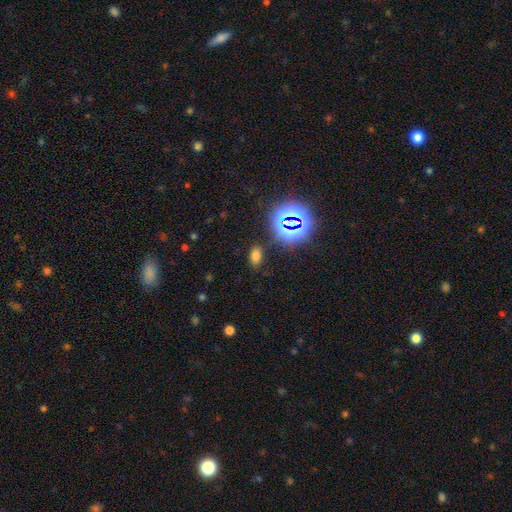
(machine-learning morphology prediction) Q: Smooth or featured?
A: smooth (66%); runner-up: star or artifact (28%)
Q: How rounded?
A: in between (88%); runner-up: round (9%)
Q: Merging?
A: none (82%); runner-up: minor disturbance (11%)